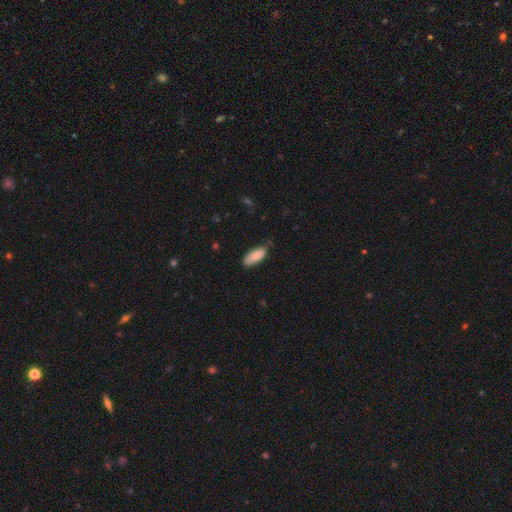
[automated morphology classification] type=smooth (84%); roundness=in between (86%); merging=none (68%).